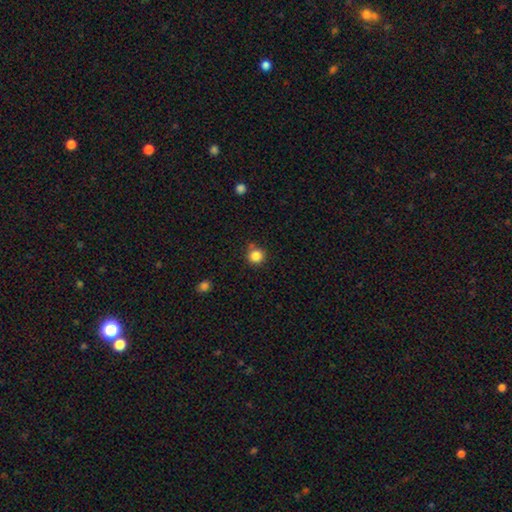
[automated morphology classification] Q: Smooth or featured?
A: smooth (85%); runner-up: star or artifact (11%)
Q: How rounded?
A: round (93%); runner-up: in between (6%)
Q: Merging?
A: none (77%); runner-up: minor disturbance (14%)